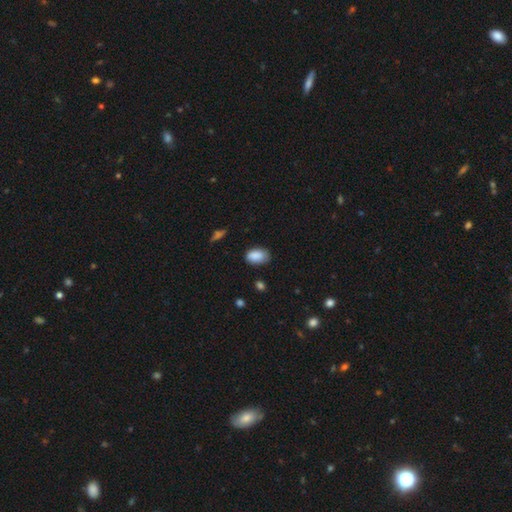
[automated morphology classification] type=smooth (87%); roundness=in between (88%); merging=none (70%).